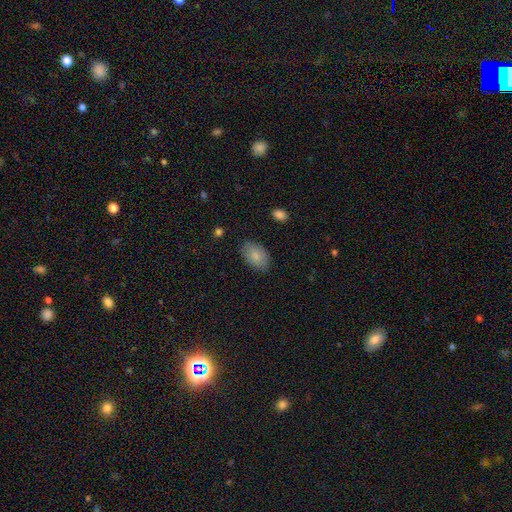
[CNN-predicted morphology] This appears to be a smooth galaxy with no disk features (84%) that is in between round and cigar-shaped (92%). Merging: none (83%).